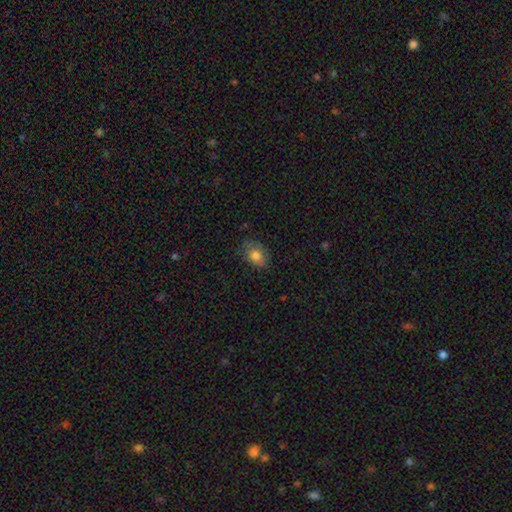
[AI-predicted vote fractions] Smooth or featured?
  - smooth: 79% *
  - featured or disk: 11%
  - star or artifact: 9%
How rounded?
  - in between: 70% *
  - round: 28%
  - cigar-shaped: 1%
Merging?
  - none: 70% *
  - minor disturbance: 23%
  - major disturbance: 6%
  - merger: 1%